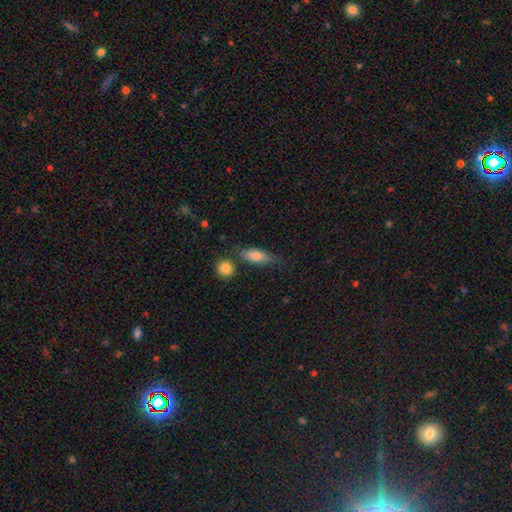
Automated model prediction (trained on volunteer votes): Smooth or featured? Predicted: smooth (p=0.74). How rounded? Predicted: in between (p=0.68). Merging? Predicted: none (p=0.66).